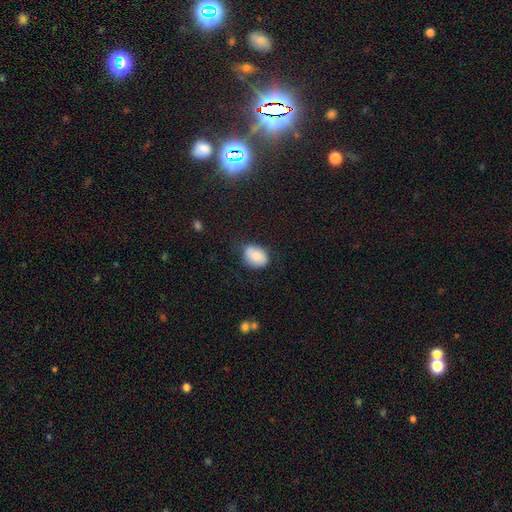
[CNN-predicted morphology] smooth 81%, featured or disk 12%, star or artifact 7%. Down the decision tree: how rounded — in between (72%); merging — none (67%).